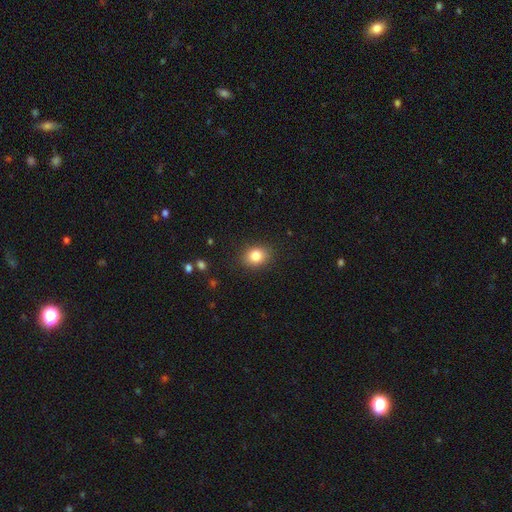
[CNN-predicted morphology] A smooth galaxy with no disk features (83%) that is in between round and cigar-shaped (50%).

Vote fractions:
- Smooth or featured? smooth: 83% / star or artifact: 10% / featured or disk: 7%
- How rounded? in between: 50% / round: 49% / cigar-shaped: 1%
- Merging? none: 88% / minor disturbance: 9% / major disturbance: 3% / merger: 1%